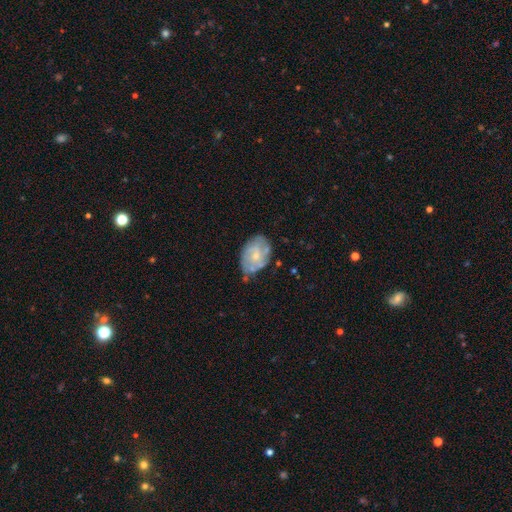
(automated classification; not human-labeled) Smooth or featured? Predicted: featured or disk (p=0.62). Edge-on disk? Predicted: no (p=0.97). Bar? Predicted: no (p=0.70). Spiral arms? Predicted: yes (p=0.64). Bulge size? Predicted: small (p=0.56). Merging? Predicted: none (p=0.57).